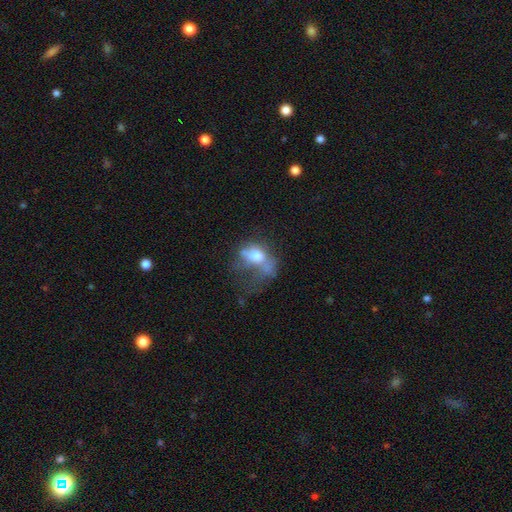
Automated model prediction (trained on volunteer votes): smooth-or-featured: smooth: 55% | featured or disk: 33% | star or artifact: 12%
  how-rounded: in between: 74% | round: 23% | cigar-shaped: 3%
  merging: major disturbance: 48% | none: 18% | minor disturbance: 17% | merger: 16%